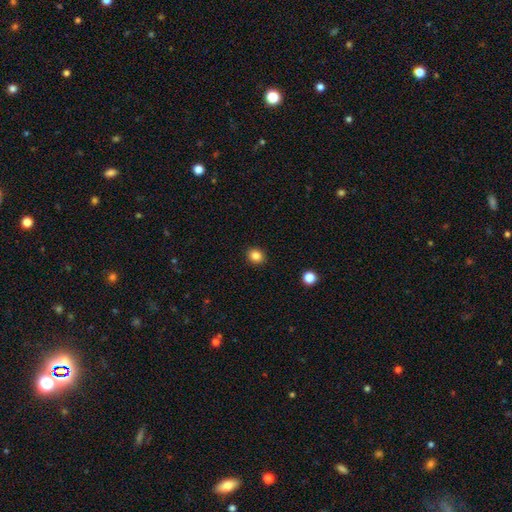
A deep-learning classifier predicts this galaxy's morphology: Overall: smooth (84%). How rounded: round (78%). Merging: none (92%).